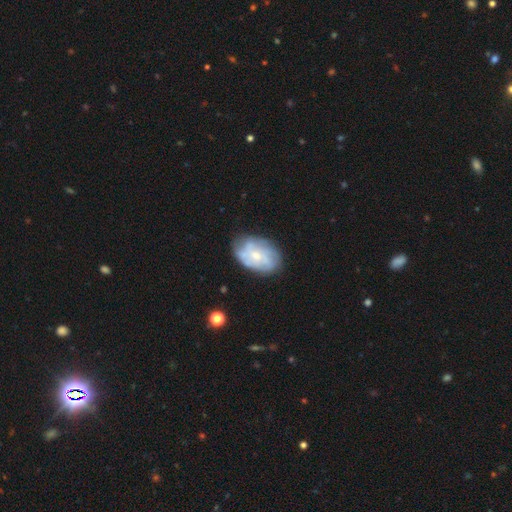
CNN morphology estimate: This is possibly a featured or disk galaxy (58%). It is clearly not viewed edge-on (96%). Bar: likely no (77%). Spiral arm pattern: likely yes (64%). Central bulge: possibly small (57%). Merging: likely none (67%).